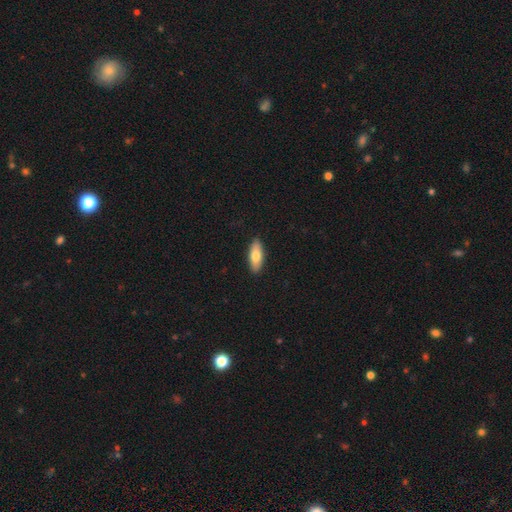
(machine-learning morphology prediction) This appears to be a smooth galaxy with no disk features (74%) that is in between round and cigar-shaped (70%). Merging: none (90%).